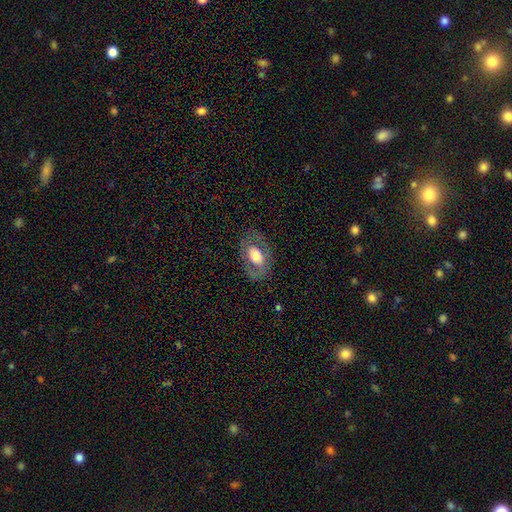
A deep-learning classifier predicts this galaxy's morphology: This is possibly a featured or disk galaxy (49%). Merging: likely none (75%).